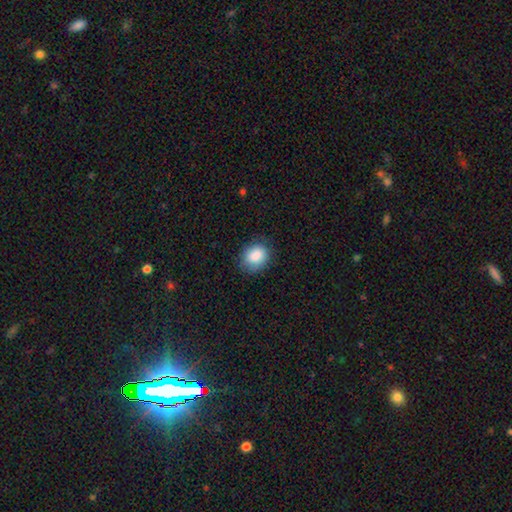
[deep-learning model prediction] The model was most divided on "how rounded": in between: 52%, round: 48%, cigar-shaped: 1%. More confident: smooth or featured — smooth (87%); merging — none (78%).